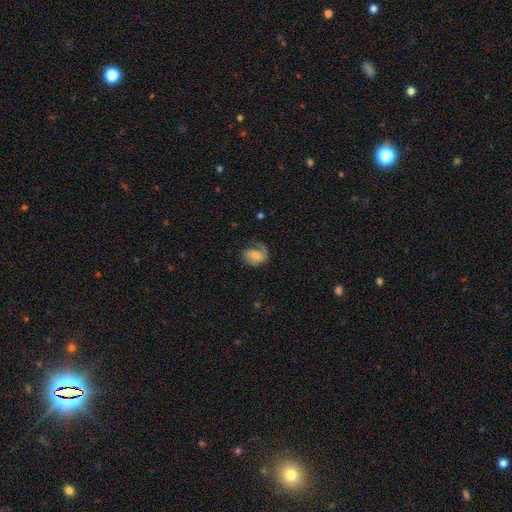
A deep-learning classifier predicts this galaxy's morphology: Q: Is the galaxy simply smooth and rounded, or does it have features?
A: smooth — 48%.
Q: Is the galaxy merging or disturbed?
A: none — 50%.